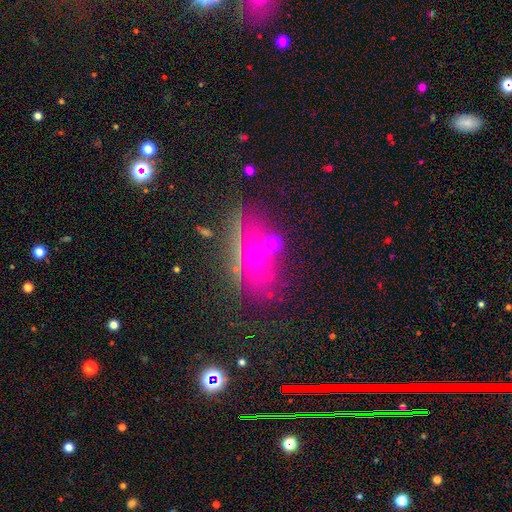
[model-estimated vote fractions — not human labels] smooth-or-featured: smooth: 47% | featured or disk: 28% | star or artifact: 25%
  merging: none: 71% | minor disturbance: 14% | merger: 9% | major disturbance: 6%